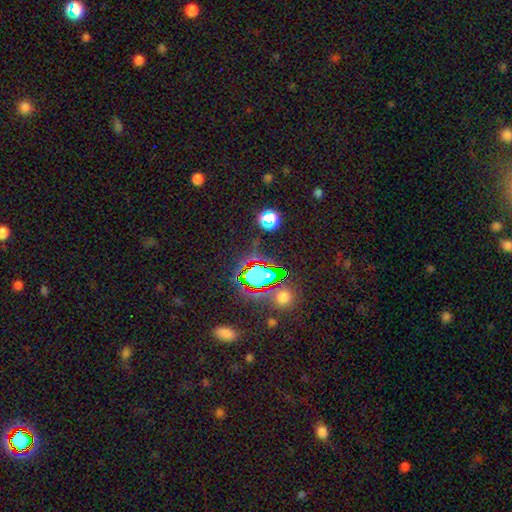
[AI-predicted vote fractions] Morphology: type=star or artifact (77%).